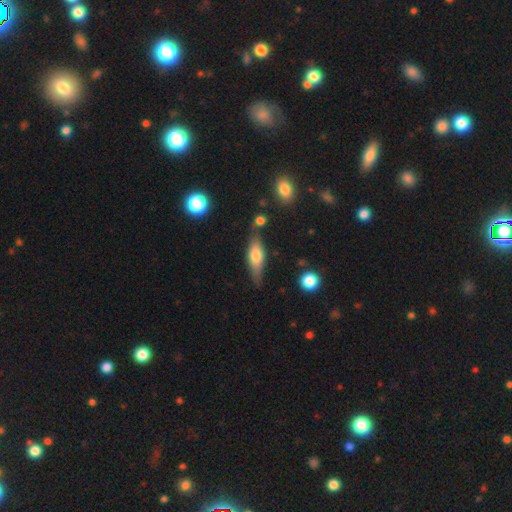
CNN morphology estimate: This appears to be a smooth galaxy with no disk features (57%) that is in between round and cigar-shaped (50%). Merging: none (70%).